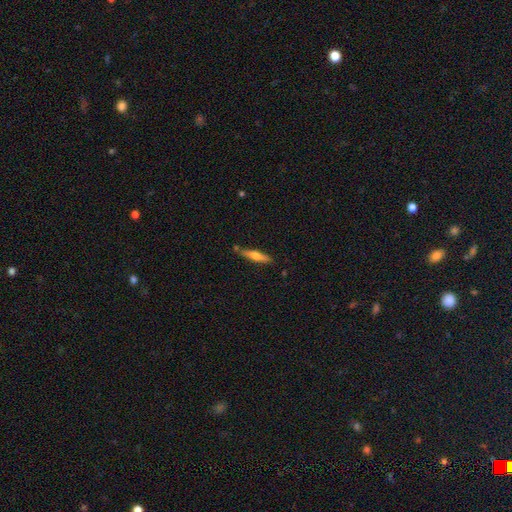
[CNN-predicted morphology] smooth 53%, featured or disk 41%, star or artifact 6%. Down the decision tree: how rounded — cigar-shaped (85%); merging — none (80%).